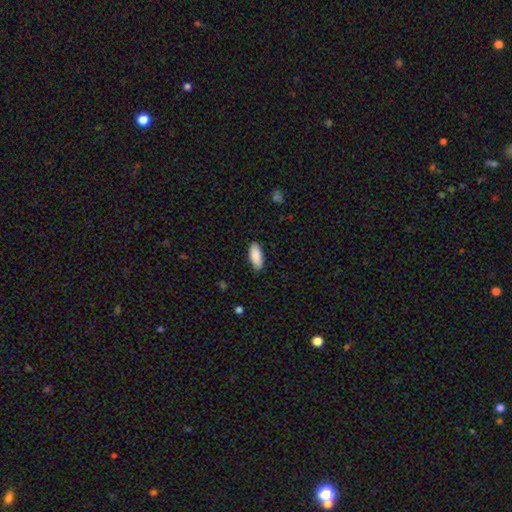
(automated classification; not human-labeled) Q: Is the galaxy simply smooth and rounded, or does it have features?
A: smooth — 90%.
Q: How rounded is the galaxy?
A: in between — 82%.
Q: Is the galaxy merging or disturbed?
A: none — 86%.